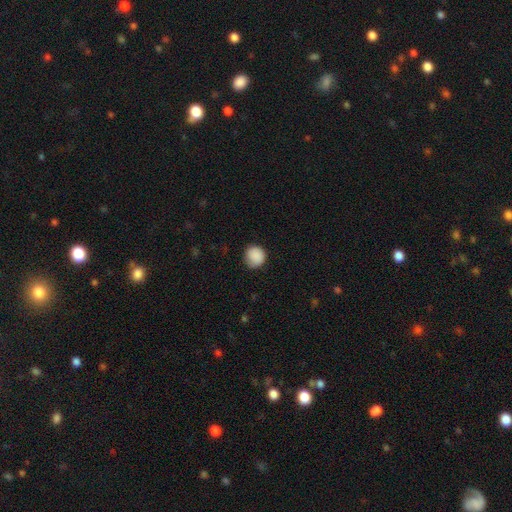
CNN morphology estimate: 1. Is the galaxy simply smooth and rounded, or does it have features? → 88% smooth, 8% star or artifact, 4% featured or disk.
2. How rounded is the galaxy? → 87% round, 12% in between, 1% cigar-shaped.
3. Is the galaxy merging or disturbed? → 77% none, 18% minor disturbance, 4% major disturbance, 1% merger.